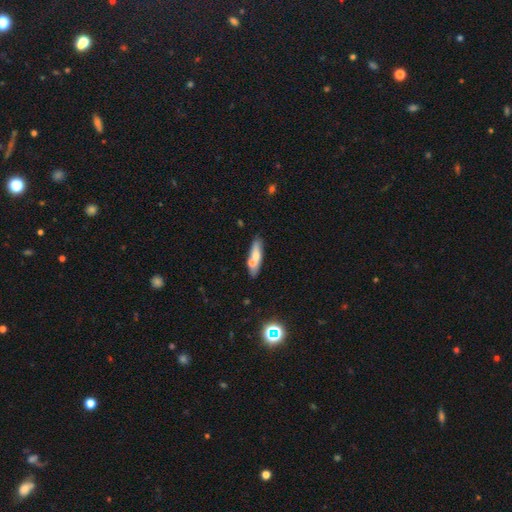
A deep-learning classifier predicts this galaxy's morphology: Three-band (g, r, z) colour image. It shows a smooth galaxy with no disk features (63%) that is cigar-shaped (58%). Merging: none (63%).